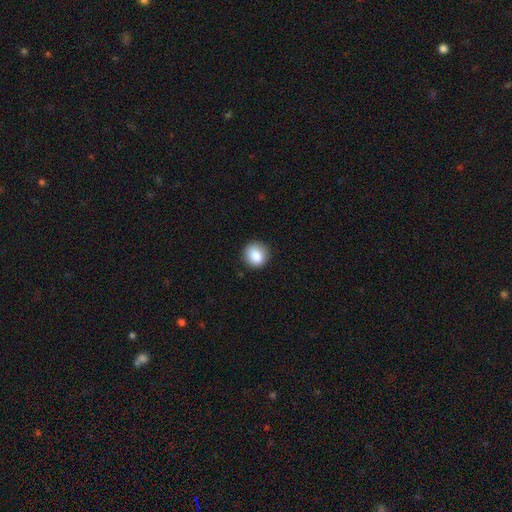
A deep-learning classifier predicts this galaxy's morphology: smooth_or_featured: smooth (p=0.87) [alt: star or artifact p=0.08]
how_rounded: round (p=0.85) [alt: in between p=0.14]
merging: none (p=0.86) [alt: minor disturbance p=0.10]